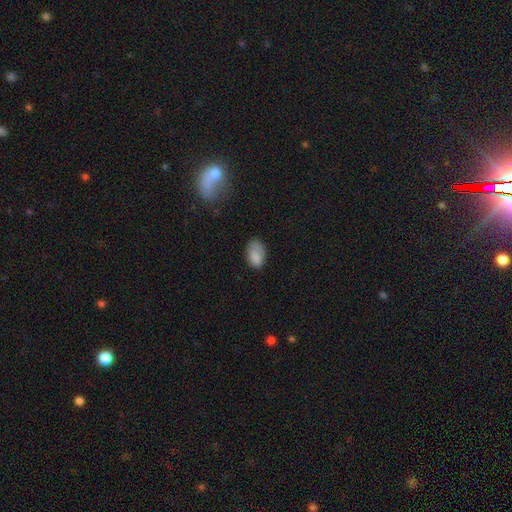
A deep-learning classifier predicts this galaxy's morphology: The model was most divided on "merging": none: 59%, minor disturbance: 29%, major disturbance: 10%, merger: 2%. More confident: how rounded — in between (90%); smooth or featured — smooth (82%).